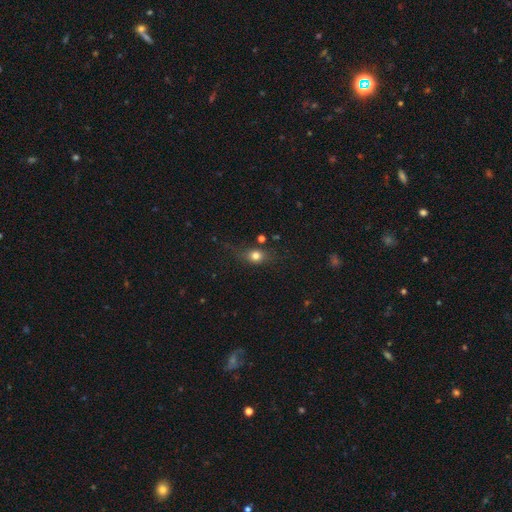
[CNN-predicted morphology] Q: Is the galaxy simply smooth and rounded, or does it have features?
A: smooth — 75%.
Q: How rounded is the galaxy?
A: round — 51%.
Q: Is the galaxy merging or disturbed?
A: none — 67%.